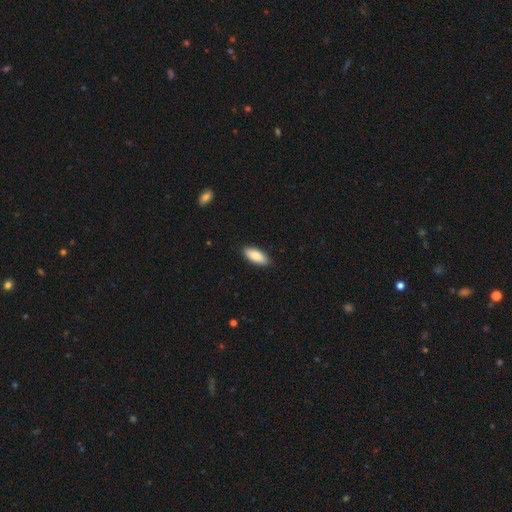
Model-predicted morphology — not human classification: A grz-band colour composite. It shows a smooth galaxy with no disk features (85%) that is in between round and cigar-shaped (81%). Merging: none (89%).